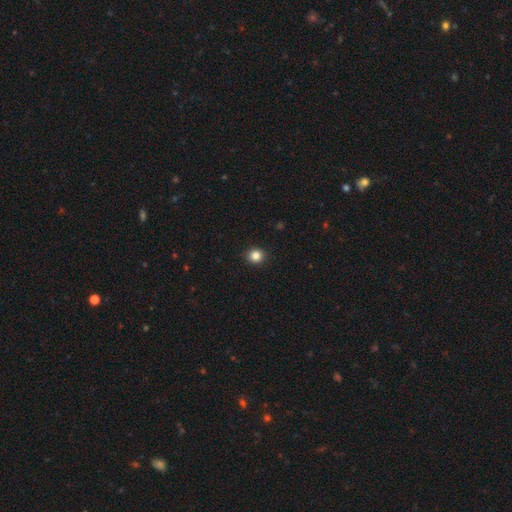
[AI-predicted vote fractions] This appears to be a smooth galaxy with no disk features (84%) that is round (87%). Merging: none (92%).